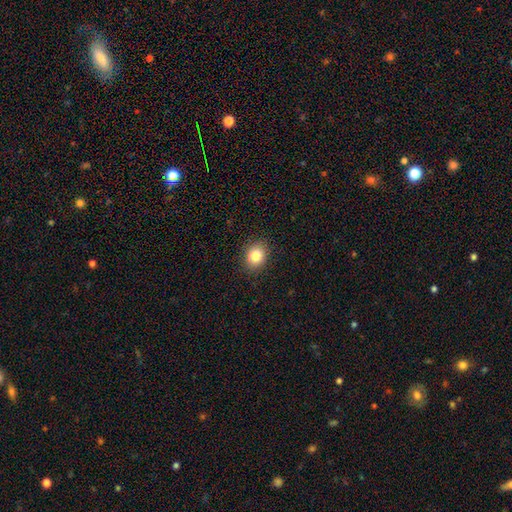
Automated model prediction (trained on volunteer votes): A smooth galaxy with no disk features (83%) that is round (56%).

Vote fractions:
- Smooth or featured? smooth: 83% / star or artifact: 10% / featured or disk: 7%
- How rounded? round: 56% / in between: 43% / cigar-shaped: 1%
- Merging? none: 89% / minor disturbance: 8% / major disturbance: 2% / merger: 1%